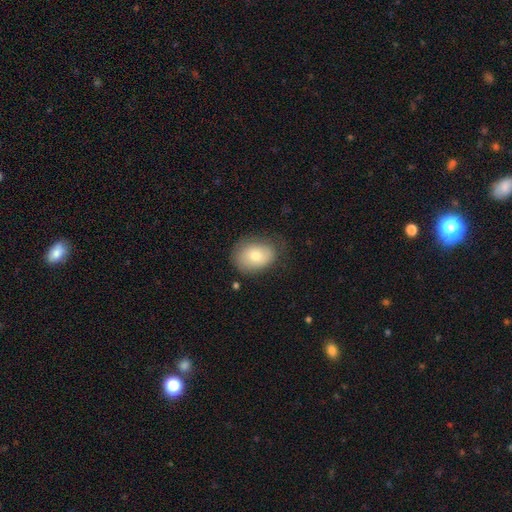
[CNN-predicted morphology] This is likely a smooth galaxy (74%). How rounded: possibly in between (56%). Merging: likely none (66%).